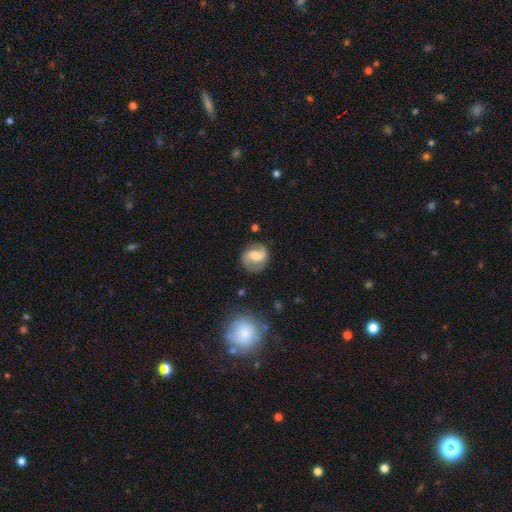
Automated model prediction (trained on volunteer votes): Morphology: type=featured or disk (76%); edge-on=no (98%); bar=weak (50%); spiral arms=yes (95%); winding=medium (49%); arm count=2 (89%); bulge=moderate (50%); merging=none (79%).